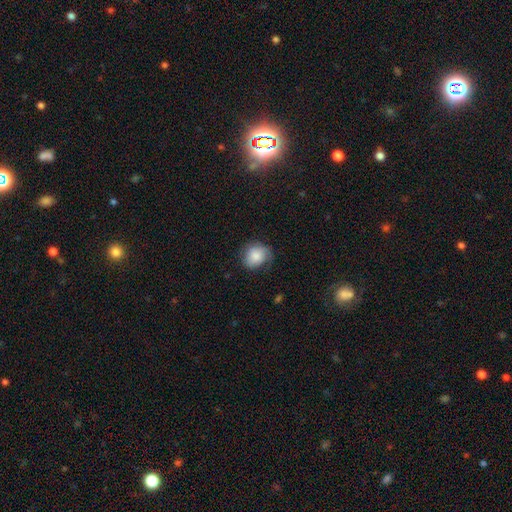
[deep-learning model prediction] Smooth or featured?
  - smooth: 78% *
  - featured or disk: 15%
  - star or artifact: 7%
How rounded?
  - round: 67% *
  - in between: 33%
  - cigar-shaped: 1%
Merging?
  - none: 58% *
  - minor disturbance: 29%
  - major disturbance: 11%
  - merger: 1%